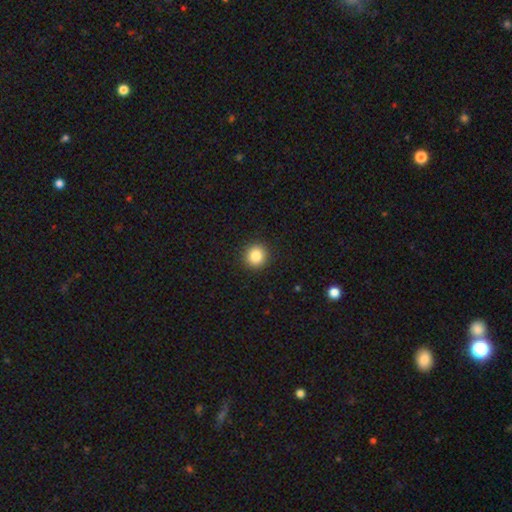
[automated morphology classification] type=smooth (85%); roundness=round (94%); merging=none (92%).